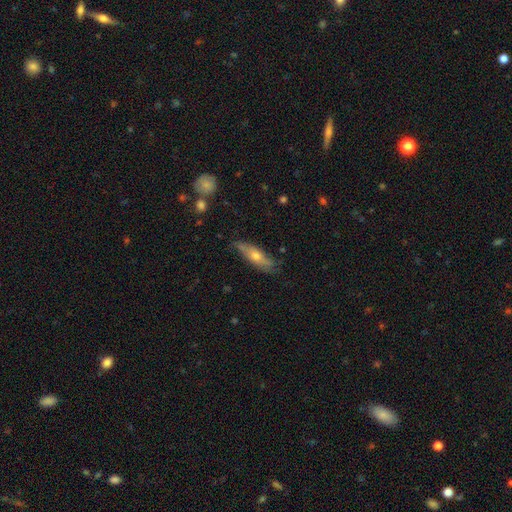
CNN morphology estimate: smooth_or_featured: featured or disk (p=0.50) [alt: smooth p=0.44]
merging: none (p=0.74) [alt: minor disturbance p=0.21]